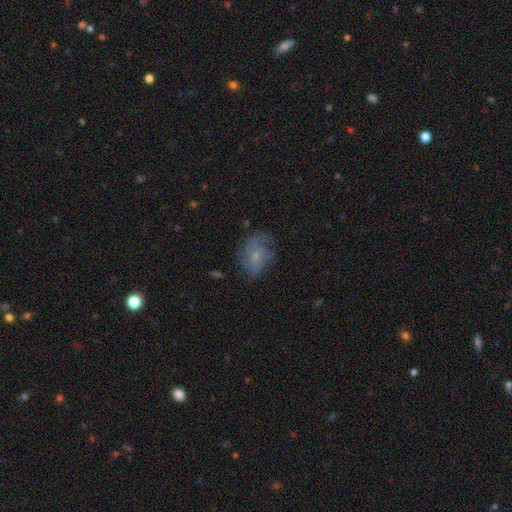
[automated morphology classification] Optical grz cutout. It shows a featured or disk galaxy (61%) with no bar (75%), spiral arms (78%) and a small central bulge (57%). Merging: none (61%).